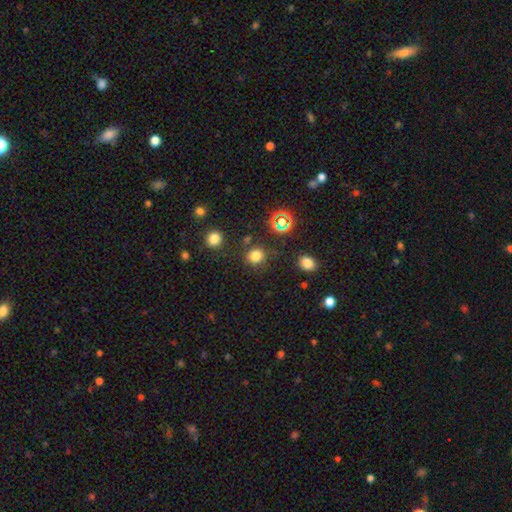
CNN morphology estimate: smooth_or_featured: smooth (p=0.75) [alt: star or artifact p=0.20]
how_rounded: round (p=0.82) [alt: in between p=0.17]
merging: none (p=0.79) [alt: minor disturbance p=0.11]